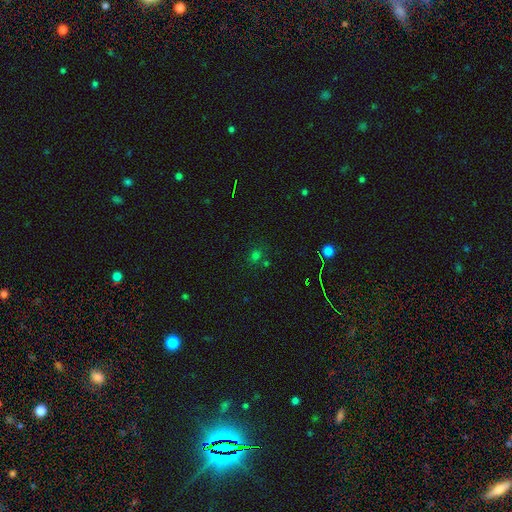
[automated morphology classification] Overall: smooth (58%; star or artifact 35%). How rounded: round (74%). Merging: none (72%).